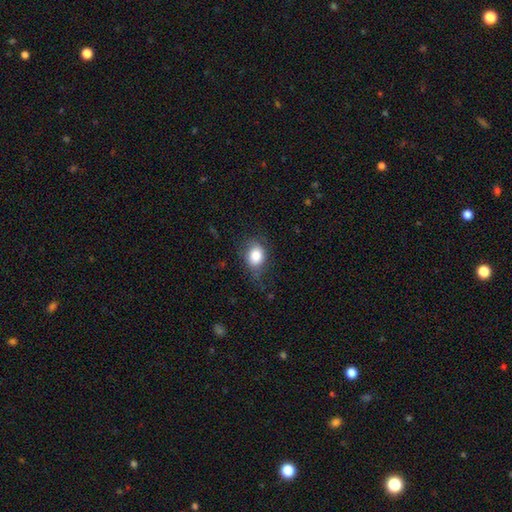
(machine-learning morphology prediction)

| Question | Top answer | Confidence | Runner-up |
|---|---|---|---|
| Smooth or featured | smooth | 83% | featured or disk (9%) |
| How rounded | in between | 55% | round (44%) |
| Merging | none | 61% | minor disturbance (27%) |